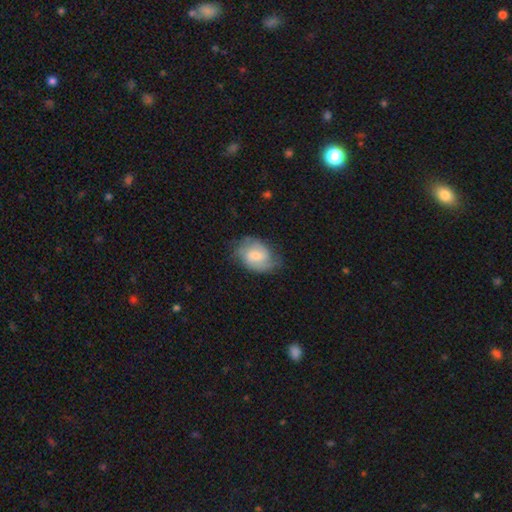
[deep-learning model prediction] This is possibly a featured or disk galaxy (49%). Merging: possibly none (60%).